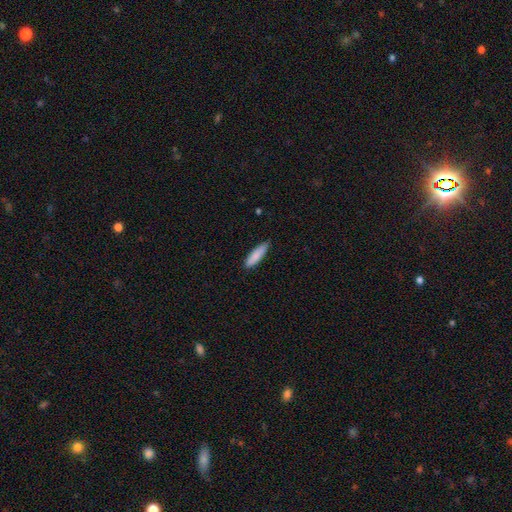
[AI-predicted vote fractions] A smooth galaxy with no disk features (85%) that is cigar-shaped (65%).

Vote fractions:
- Smooth or featured? smooth: 85% / featured or disk: 9% / star or artifact: 6%
- How rounded? cigar-shaped: 65% / in between: 34% / round: 1%
- Merging? none: 82% / minor disturbance: 15% / major disturbance: 2% / merger: 1%